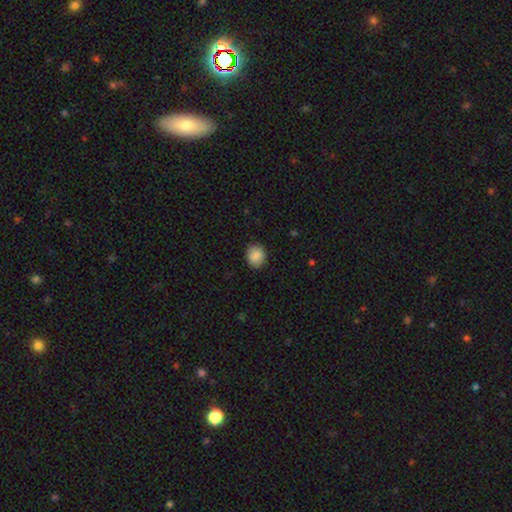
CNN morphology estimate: This is clearly a smooth galaxy (88%). How rounded: likely round (65%). Merging: clearly none (87%).